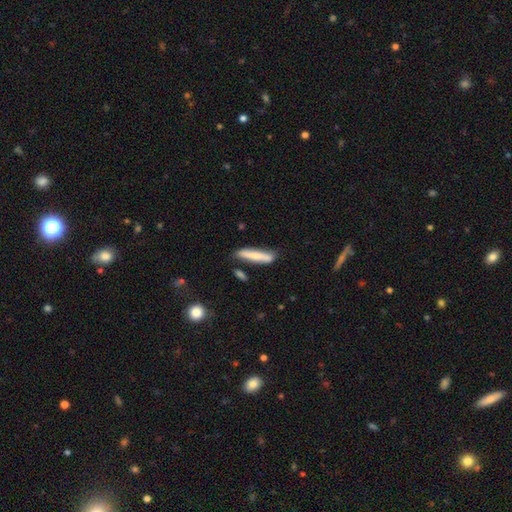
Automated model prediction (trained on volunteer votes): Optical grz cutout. It shows a smooth galaxy with no disk features (74%) that is cigar-shaped (88%). Merging: none (73%).